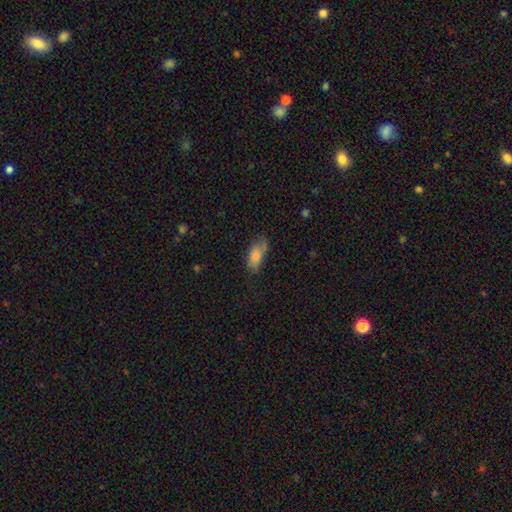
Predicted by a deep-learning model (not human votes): smooth 82%, featured or disk 10%, star or artifact 8%. Down the decision tree: how rounded — in between (88%); merging — none (56%).